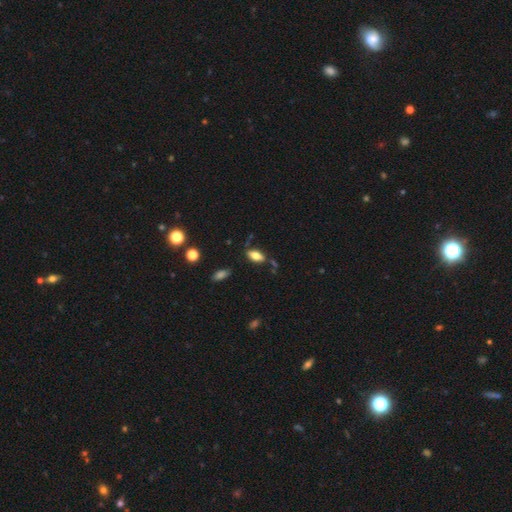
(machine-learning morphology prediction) A smooth galaxy with no disk features (74%) that is in between round and cigar-shaped (87%).

Vote fractions:
- Smooth or featured? smooth: 74% / featured or disk: 17% / star or artifact: 9%
- How rounded? in between: 87% / cigar-shaped: 10% / round: 4%
- Merging? none: 74% / minor disturbance: 16% / merger: 6% / major disturbance: 4%